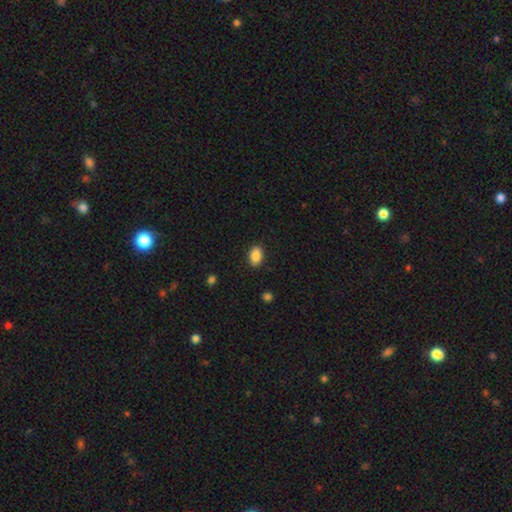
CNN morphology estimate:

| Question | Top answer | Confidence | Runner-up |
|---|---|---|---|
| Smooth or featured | smooth | 88% | star or artifact (8%) |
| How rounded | in between | 86% | round (12%) |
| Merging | none | 89% | minor disturbance (8%) |